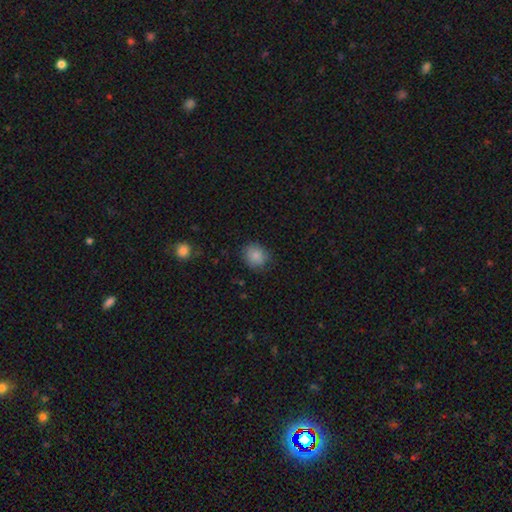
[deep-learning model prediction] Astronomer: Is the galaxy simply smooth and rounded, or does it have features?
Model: smooth — 84%.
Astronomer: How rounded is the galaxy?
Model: round — 72%.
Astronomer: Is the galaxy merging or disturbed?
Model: none — 80%.